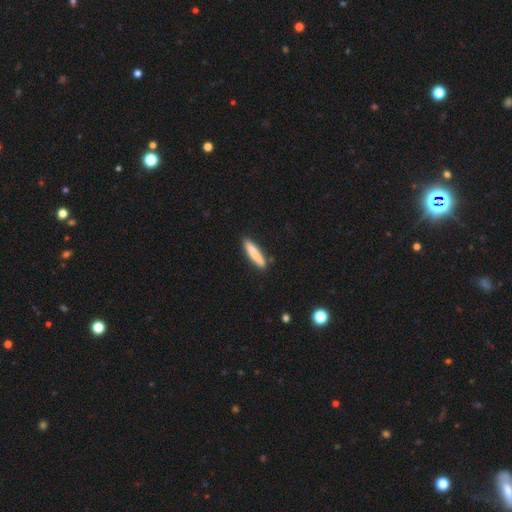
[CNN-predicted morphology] smooth 79%, featured or disk 15%, star or artifact 5%. Down the decision tree: how rounded — cigar-shaped (88%); merging — none (86%).